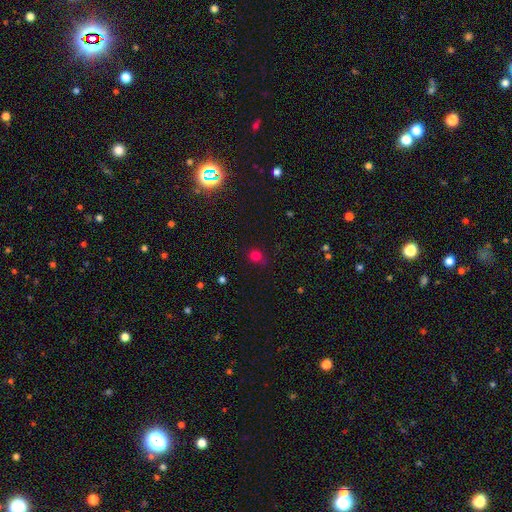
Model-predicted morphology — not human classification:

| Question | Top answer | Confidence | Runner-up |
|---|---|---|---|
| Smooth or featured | smooth | 74% | star or artifact (21%) |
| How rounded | round | 83% | in between (16%) |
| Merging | none | 81% | minor disturbance (14%) |